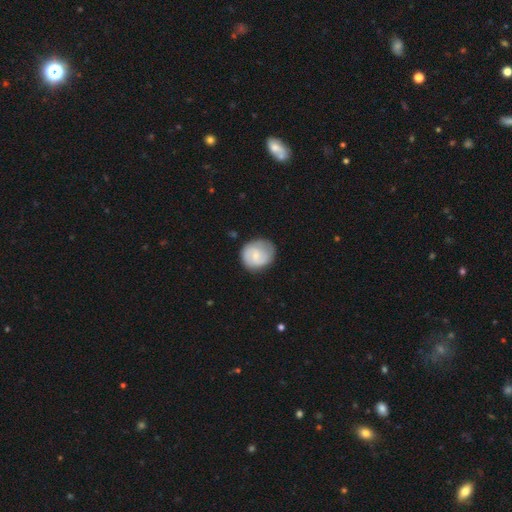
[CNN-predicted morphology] Smooth or featured? Predicted: smooth (p=0.52). How rounded? Predicted: round (p=0.81). Merging? Predicted: none (p=0.71).